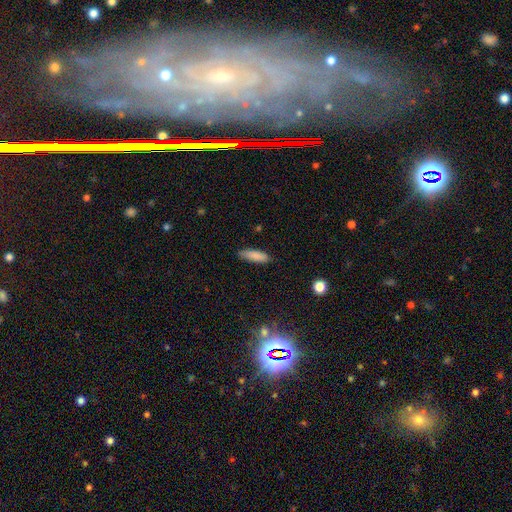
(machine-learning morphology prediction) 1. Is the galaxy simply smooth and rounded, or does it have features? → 86% smooth, 7% featured or disk, 7% star or artifact.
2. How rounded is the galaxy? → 54% cigar-shaped, 44% in between, 2% round.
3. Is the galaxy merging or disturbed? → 85% none, 12% minor disturbance, 2% major disturbance, 1% merger.